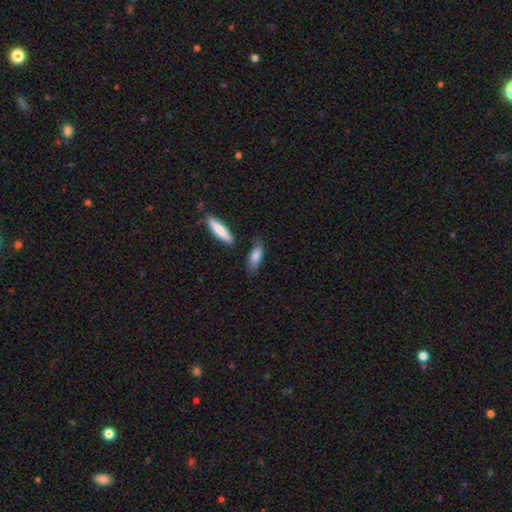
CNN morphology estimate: This is likely a smooth galaxy (79%). How rounded: likely in between (61%). Merging: likely none (70%).